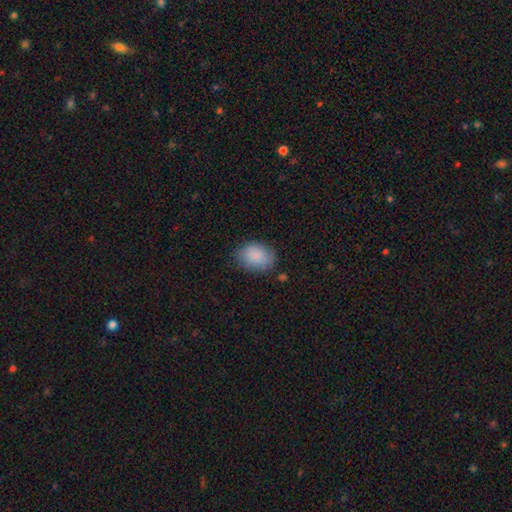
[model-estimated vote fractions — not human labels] Smooth or featured? smooth (87%)
How rounded? in between (73%)
Merging? none (74%)